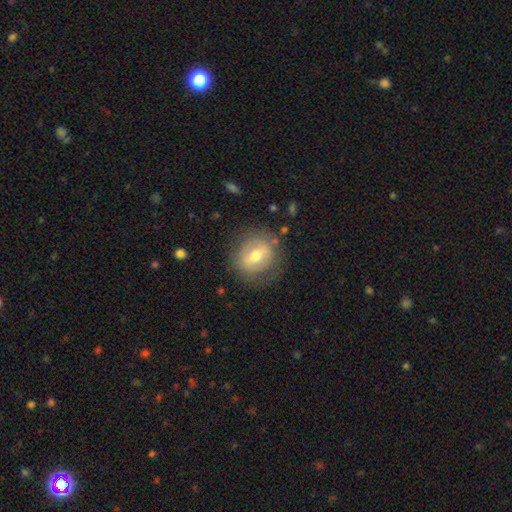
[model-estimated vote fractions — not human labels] Morphology: type=smooth (50%); merging=none (77%).